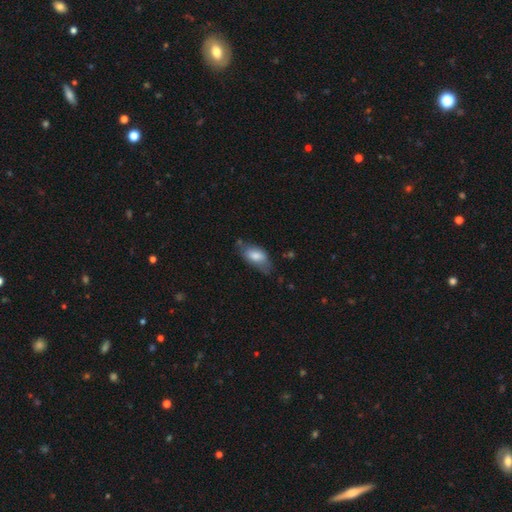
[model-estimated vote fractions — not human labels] Smooth or featured? smooth (75%)
How rounded? in between (89%)
Merging? none (54%)